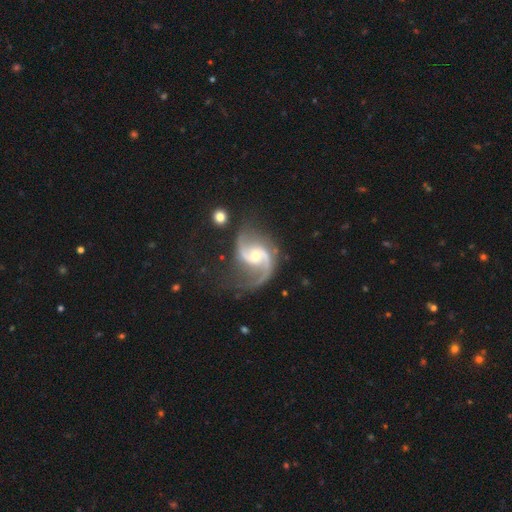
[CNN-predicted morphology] Smooth or featured?
  - featured or disk: 93% *
  - star or artifact: 4%
  - smooth: 3%
Edge-on disk?
  - no: 98% *
  - yes: 2%
Bar?
  - no: 49% *
  - weak: 39%
  - strong: 12%
Spiral arms?
  - yes: 98% *
  - no: 2%
Spiral winding?
  - medium: 47% *
  - loose: 44%
  - tight: 9%
Spiral arm count?
  - 2: 92% *
  - 1: 3%
  - can't tell: 2%
  - 3: 1%
  - 4: 1%
  - more than 4: 1%
Bulge size?
  - moderate: 55% *
  - small: 40%
  - large: 3%
  - none: 1%
  - dominant: 1%
Merging?
  - none: 67% *
  - minor disturbance: 19%
  - major disturbance: 12%
  - merger: 3%